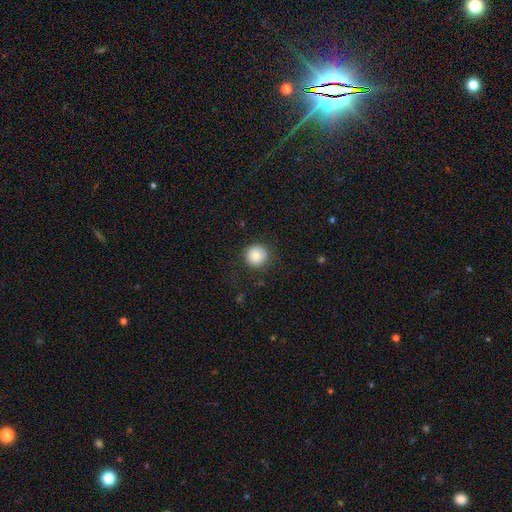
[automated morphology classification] Smooth or featured?
  - smooth: 82% *
  - star or artifact: 9%
  - featured or disk: 9%
How rounded?
  - round: 95% *
  - in between: 4%
  - cigar-shaped: 1%
Merging?
  - none: 86% *
  - minor disturbance: 10%
  - major disturbance: 4%
  - merger: 1%